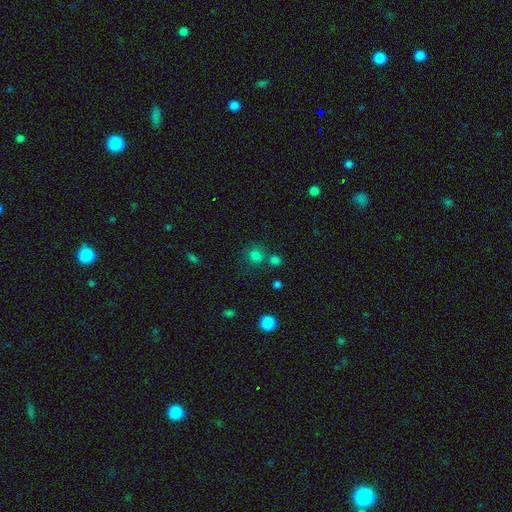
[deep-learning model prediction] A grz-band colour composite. It shows a smooth galaxy with no disk features (76%) that is round (73%). Merging: none (63%).